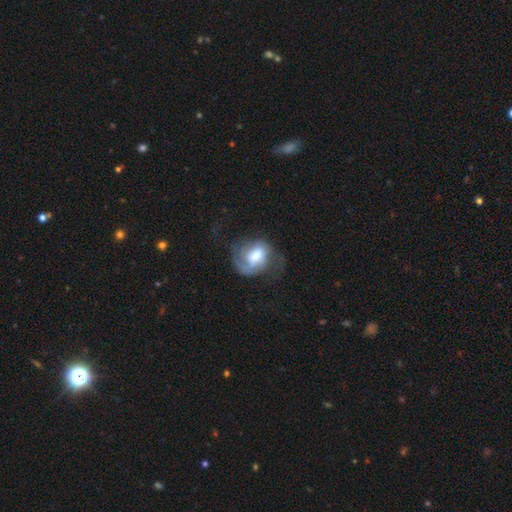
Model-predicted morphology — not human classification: Smooth or featured? Predicted: featured or disk (p=0.58). Edge-on disk? Predicted: no (p=0.97). Bar? Predicted: weak (p=0.44). Spiral arms? Predicted: yes (p=0.80). Bulge size? Predicted: moderate (p=0.60). Merging? Predicted: none (p=0.42).